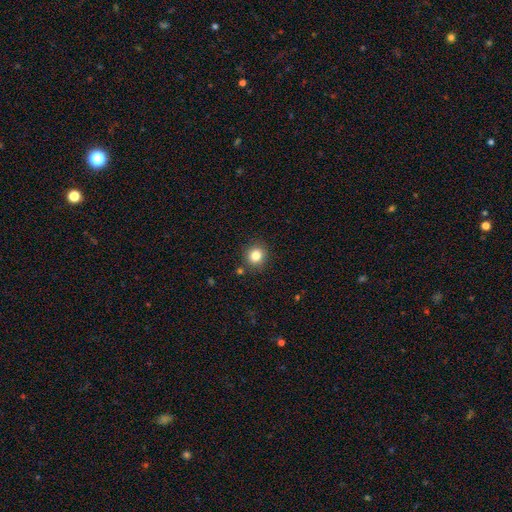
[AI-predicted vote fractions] Q: Smooth or featured?
A: smooth (83%); runner-up: star or artifact (11%)
Q: How rounded?
A: round (87%); runner-up: in between (12%)
Q: Merging?
A: none (87%); runner-up: minor disturbance (8%)